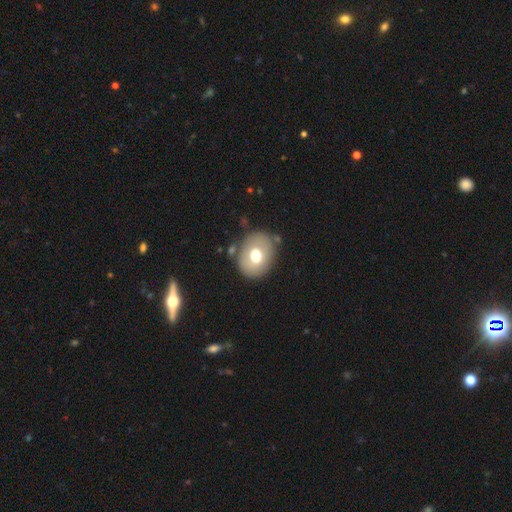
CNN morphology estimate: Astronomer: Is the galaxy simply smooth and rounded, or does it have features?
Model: smooth — 67%.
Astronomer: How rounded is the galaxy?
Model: round — 52% (runner-up: in between, 47%).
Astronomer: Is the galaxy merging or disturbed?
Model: none — 78%.